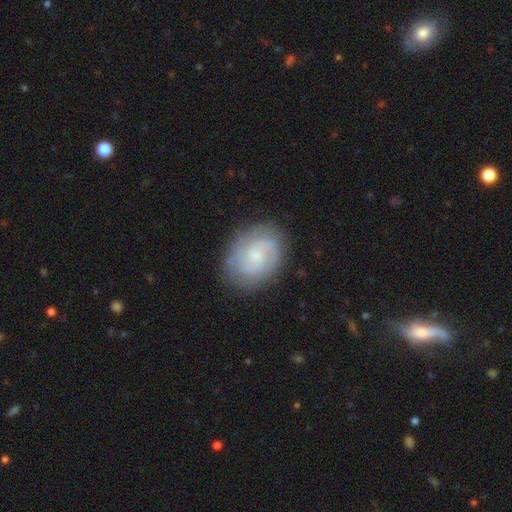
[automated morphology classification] The model was most divided on "spiral winding": tight: 50%, medium: 39%, loose: 11%. More confident: edge-on disk — no (98%); spiral arms — yes (93%); merging — none (80%); smooth or featured — featured or disk (71%); bar — no (64%); bulge size — small (59%); spiral arm count — 2 (52%).